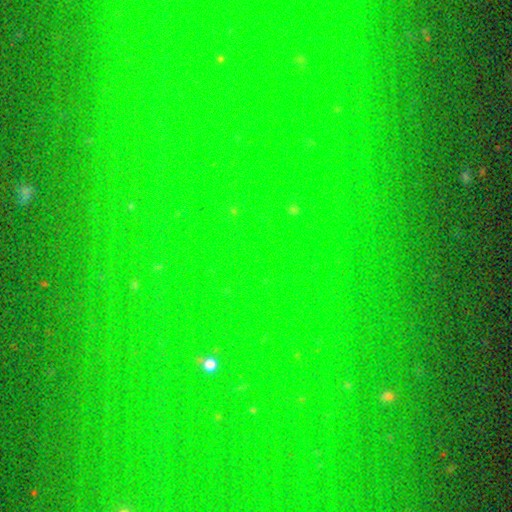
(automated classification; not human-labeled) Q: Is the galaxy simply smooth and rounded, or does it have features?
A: star or artifact — 81%.